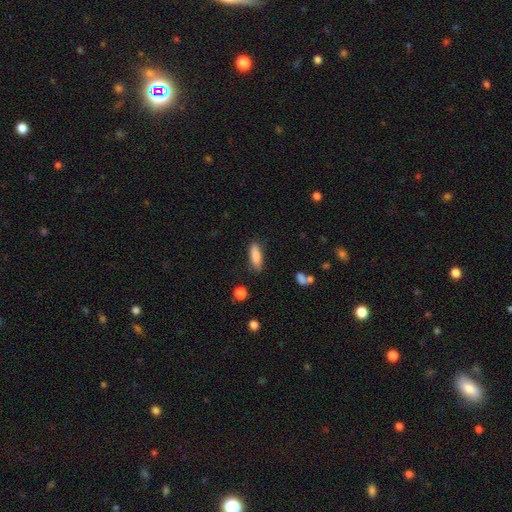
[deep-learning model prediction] Q: Smooth or featured?
A: smooth (85%); runner-up: featured or disk (8%)
Q: How rounded?
A: in between (58%); runner-up: cigar-shaped (40%)
Q: Merging?
A: none (82%); runner-up: minor disturbance (13%)